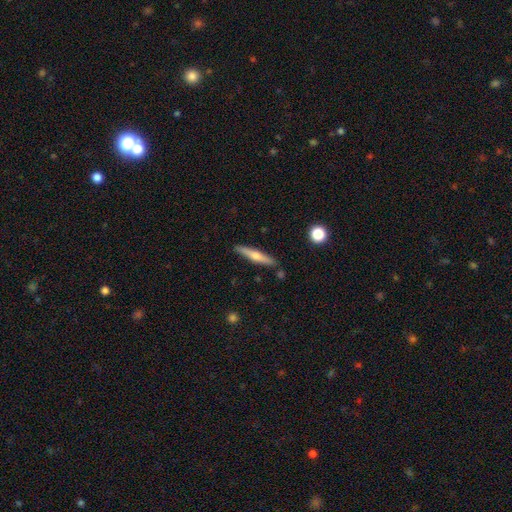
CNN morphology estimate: A featured or disk galaxy (48%).

Vote fractions:
- Smooth or featured? featured or disk: 48% / smooth: 47% / star or artifact: 6%
- Merging? none: 87% / minor disturbance: 8% / merger: 2% / major disturbance: 2%